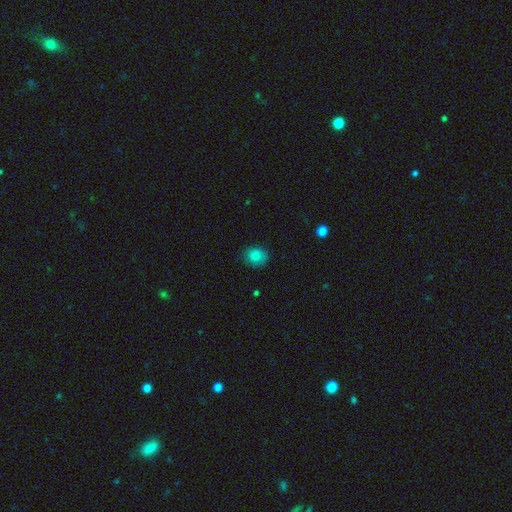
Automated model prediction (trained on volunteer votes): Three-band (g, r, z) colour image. It shows a smooth galaxy with no disk features (84%) that is round (68%). Merging: none (83%).